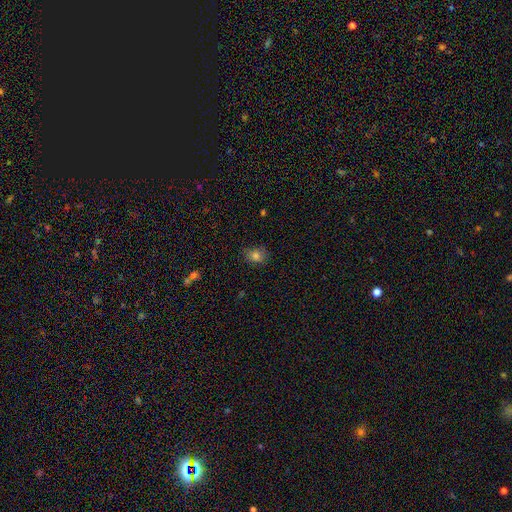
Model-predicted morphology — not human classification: smooth-or-featured: smooth: 80% | star or artifact: 12% | featured or disk: 8%
  how-rounded: round: 52% | in between: 47% | cigar-shaped: 1%
  merging: none: 74% | minor disturbance: 20% | major disturbance: 5% | merger: 2%